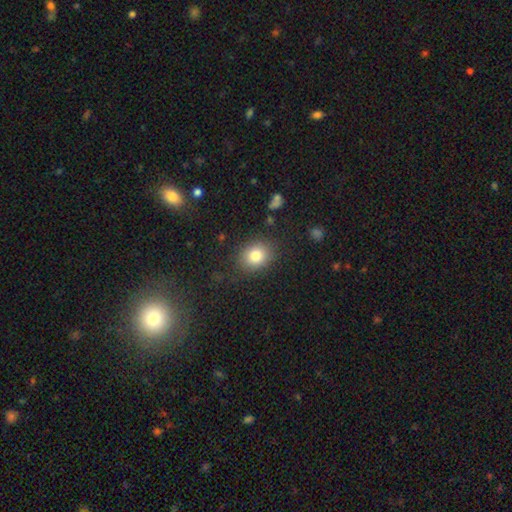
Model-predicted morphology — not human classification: Q: Smooth or featured?
A: smooth (82%); runner-up: star or artifact (10%)
Q: How rounded?
A: round (62%); runner-up: in between (37%)
Q: Merging?
A: none (83%); runner-up: minor disturbance (11%)